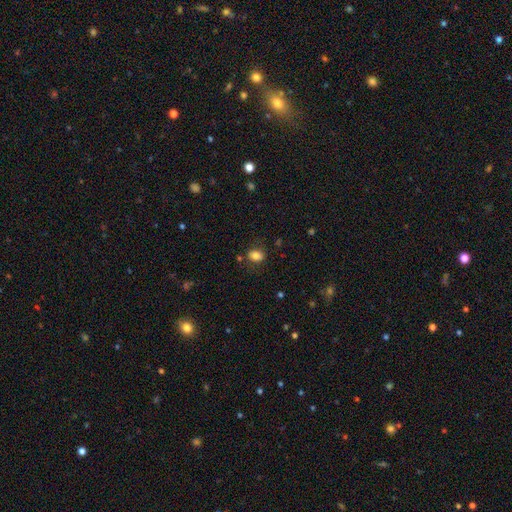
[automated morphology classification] A smooth galaxy with no disk features (80%) that is in between round and cigar-shaped (73%). Merging: none (78%).